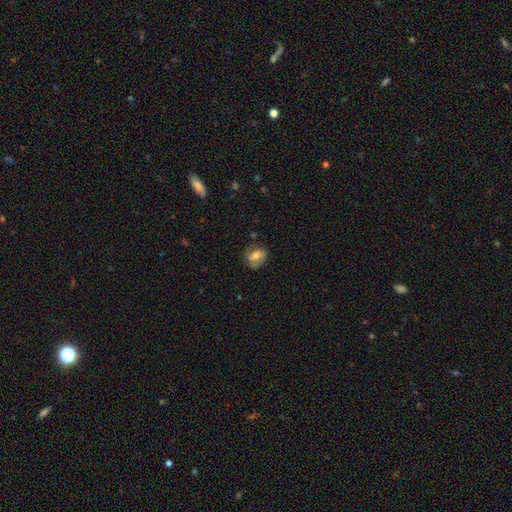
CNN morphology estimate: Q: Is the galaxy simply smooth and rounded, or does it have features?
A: smooth — 50%.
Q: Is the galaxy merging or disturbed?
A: none — 66%.